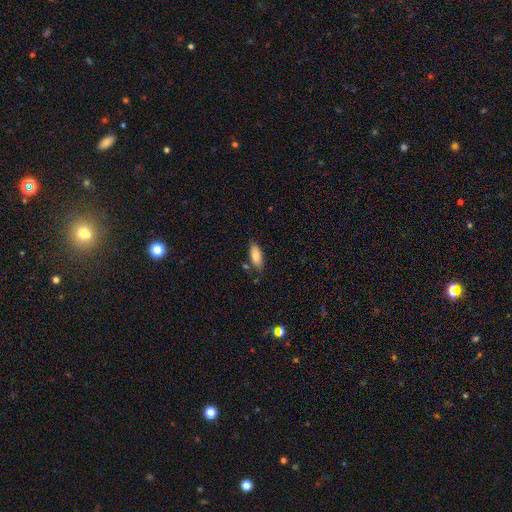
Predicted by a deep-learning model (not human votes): Q: Smooth or featured?
A: smooth (81%); runner-up: featured or disk (12%)
Q: How rounded?
A: in between (81%); runner-up: cigar-shaped (17%)
Q: Merging?
A: none (74%); runner-up: minor disturbance (18%)